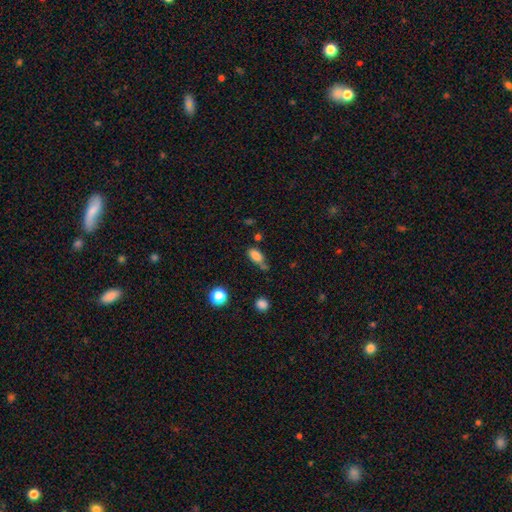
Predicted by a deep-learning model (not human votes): Smooth or featured? smooth (82%)
How rounded? in between (85%)
Merging? none (47%)